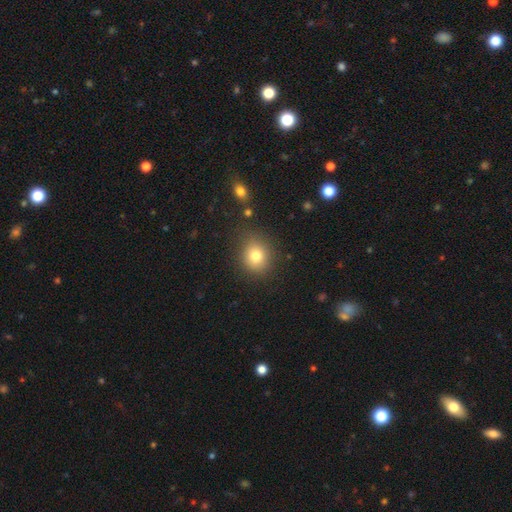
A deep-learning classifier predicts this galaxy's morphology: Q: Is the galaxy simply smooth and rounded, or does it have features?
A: smooth — 78%.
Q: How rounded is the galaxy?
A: round — 77%.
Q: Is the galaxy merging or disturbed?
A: none — 82%.